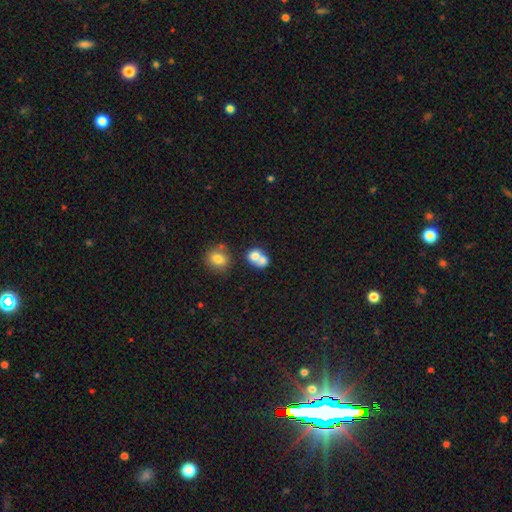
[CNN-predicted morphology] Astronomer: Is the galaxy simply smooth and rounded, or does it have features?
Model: smooth — 71%.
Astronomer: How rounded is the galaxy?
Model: round — 60% (runner-up: in between, 39%).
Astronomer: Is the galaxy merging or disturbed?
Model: merger — 63%.